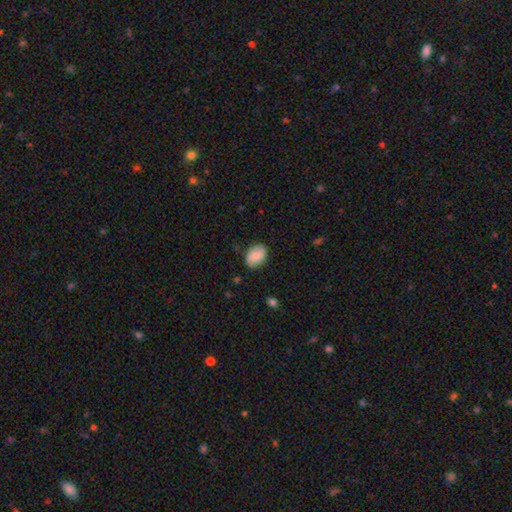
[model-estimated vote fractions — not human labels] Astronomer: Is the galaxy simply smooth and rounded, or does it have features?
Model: smooth — 76%.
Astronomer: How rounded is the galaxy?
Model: in between — 79%.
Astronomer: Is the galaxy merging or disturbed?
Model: none — 81%.